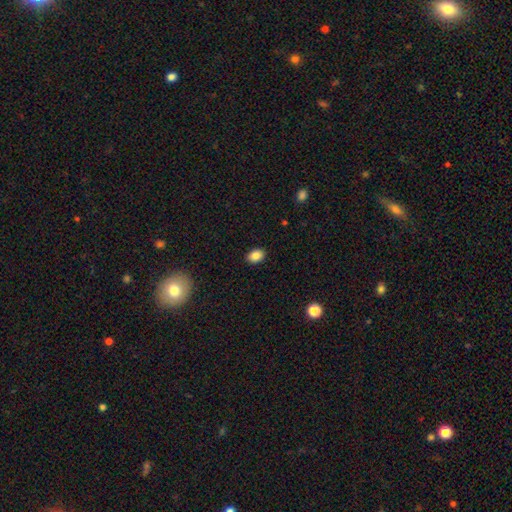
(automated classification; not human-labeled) Smooth or featured: smooth — 86% (star or artifact — 9%)
How rounded: in between — 77% (round — 21%)
Merging: none — 90% (minor disturbance — 8%)